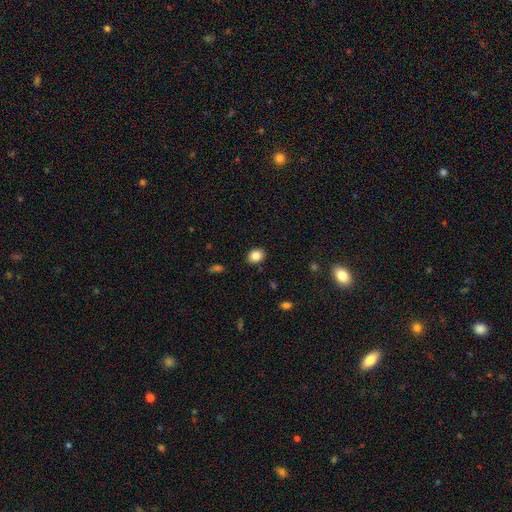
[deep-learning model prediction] This is clearly a smooth galaxy (84%). How rounded: likely in between (61%). Merging: clearly none (88%).